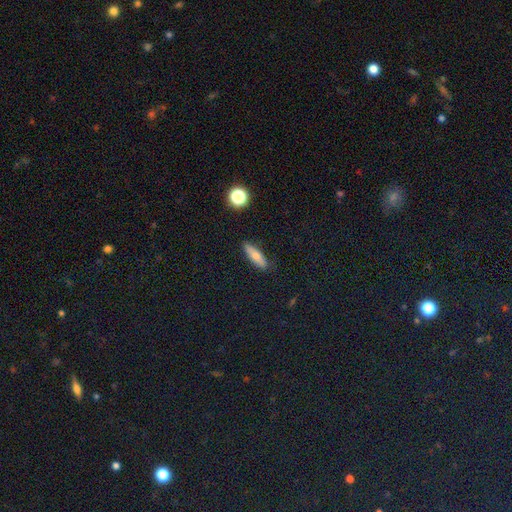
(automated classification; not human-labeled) This is likely a smooth galaxy (70%). How rounded: possibly cigar-shaped (59%). Merging: clearly none (86%).